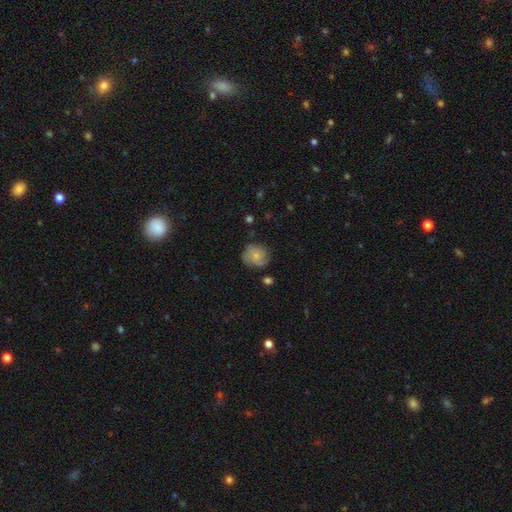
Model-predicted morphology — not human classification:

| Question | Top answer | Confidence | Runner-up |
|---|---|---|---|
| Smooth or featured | smooth | 61% | featured or disk (31%) |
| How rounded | round | 81% | in between (18%) |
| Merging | none | 69% | minor disturbance (22%) |